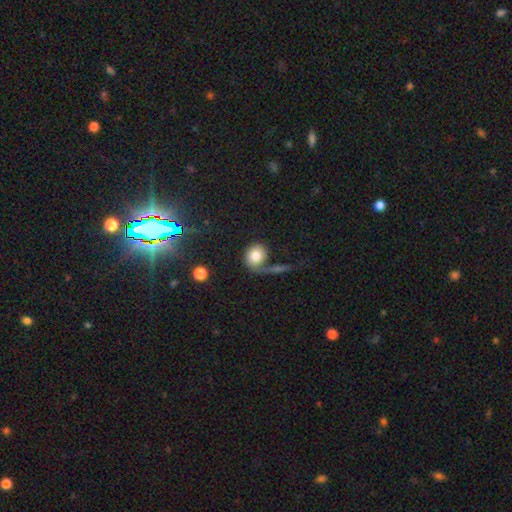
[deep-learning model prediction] Smooth or featured?
  - smooth: 77% *
  - featured or disk: 14%
  - star or artifact: 9%
How rounded?
  - round: 75% *
  - in between: 24%
  - cigar-shaped: 1%
Merging?
  - none: 50% *
  - major disturbance: 19%
  - merger: 17%
  - minor disturbance: 15%